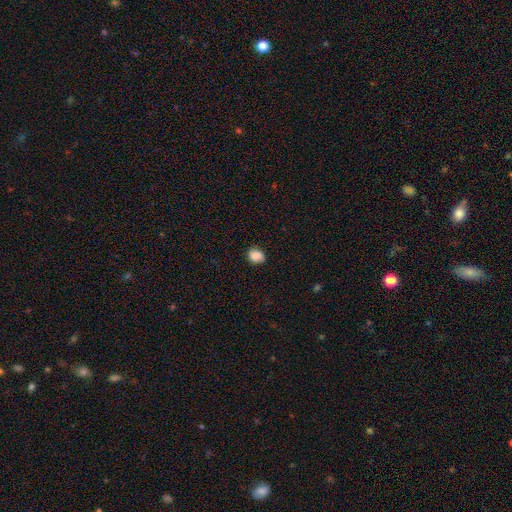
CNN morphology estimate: Smooth or featured? Predicted: smooth (p=0.82). How rounded? Predicted: round (p=0.54). Merging? Predicted: none (p=0.76).